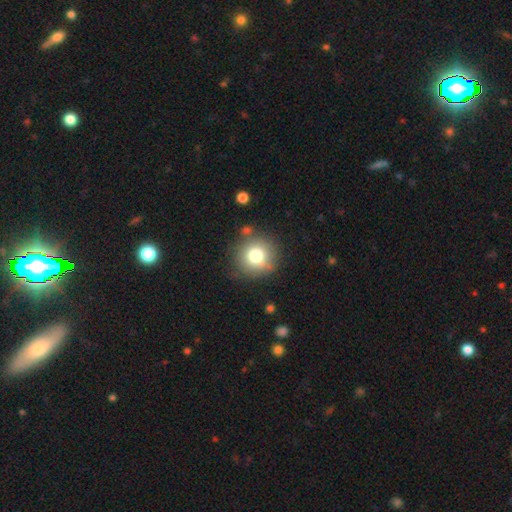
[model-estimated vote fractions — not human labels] smooth 76%, featured or disk 12%, star or artifact 12%. Down the decision tree: how rounded — round (93%); merging — none (81%).